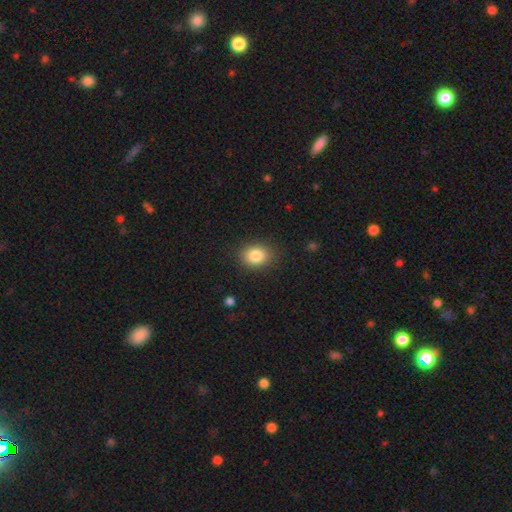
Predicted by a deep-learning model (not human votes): Overall: smooth (84%). How rounded: in between (58%; round 41%). Merging: none (87%).